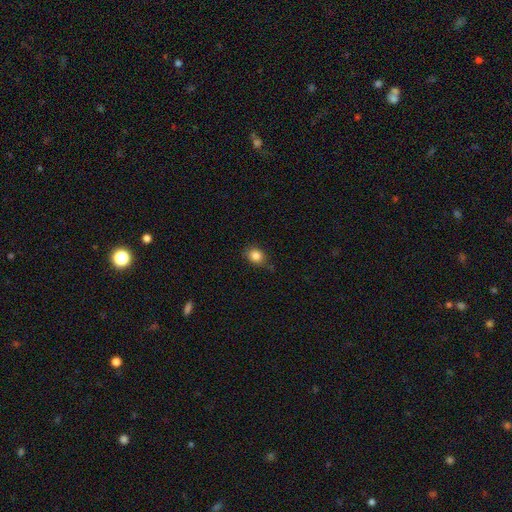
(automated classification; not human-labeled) smooth_or_featured: smooth (p=0.84) [alt: star or artifact p=0.10]
how_rounded: round (p=0.62) [alt: in between p=0.36]
merging: none (p=0.71) [alt: minor disturbance p=0.23]